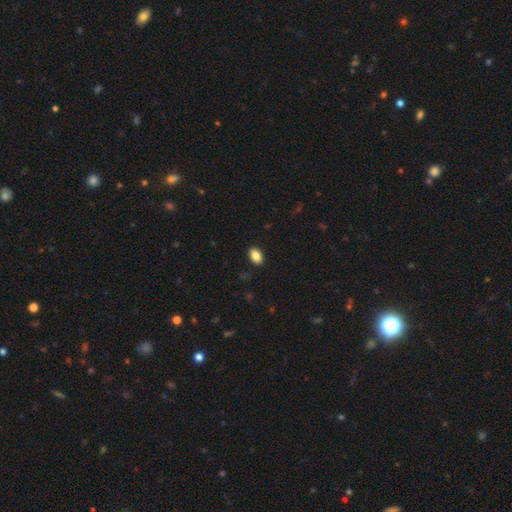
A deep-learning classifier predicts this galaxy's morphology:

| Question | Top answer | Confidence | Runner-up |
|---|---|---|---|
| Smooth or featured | smooth | 86% | star or artifact (8%) |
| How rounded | in between | 88% | round (11%) |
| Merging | none | 90% | minor disturbance (8%) |